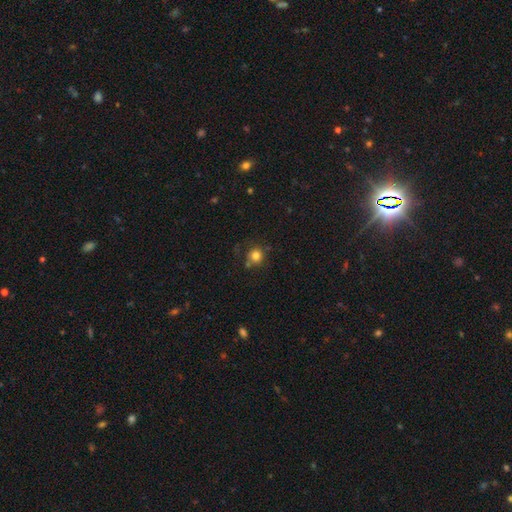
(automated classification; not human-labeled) Morphology: type=smooth (80%); roundness=round (90%); merging=none (71%).